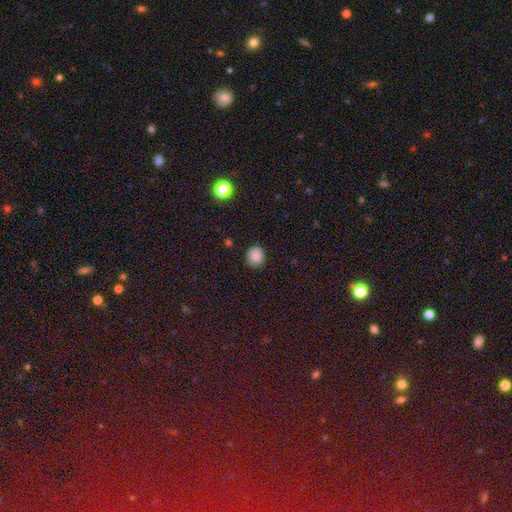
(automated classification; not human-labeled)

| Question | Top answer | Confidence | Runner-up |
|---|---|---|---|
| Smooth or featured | smooth | 83% | star or artifact (10%) |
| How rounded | round | 85% | in between (14%) |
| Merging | none | 88% | minor disturbance (9%) |